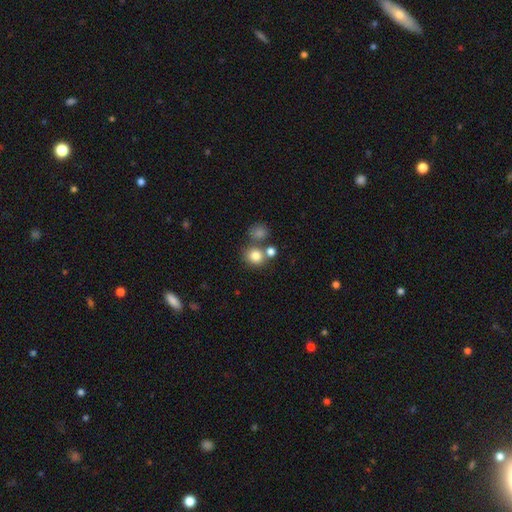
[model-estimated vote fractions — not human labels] Q: Smooth or featured?
A: smooth (80%); runner-up: star or artifact (12%)
Q: How rounded?
A: round (81%); runner-up: in between (18%)
Q: Merging?
A: none (60%); runner-up: merger (26%)